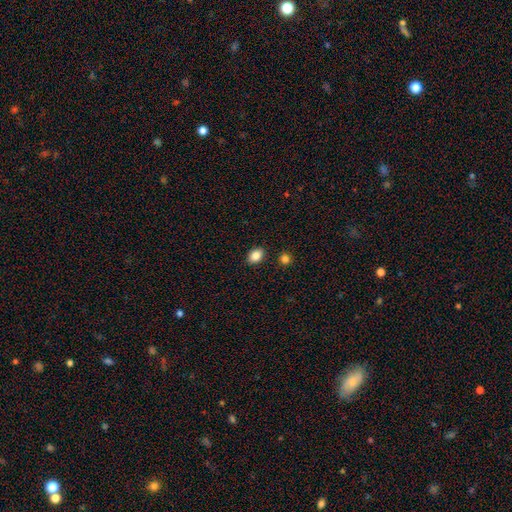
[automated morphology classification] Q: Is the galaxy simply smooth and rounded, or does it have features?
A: smooth — 86%.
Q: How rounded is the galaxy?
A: in between — 73%.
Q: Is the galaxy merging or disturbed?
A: none — 88%.